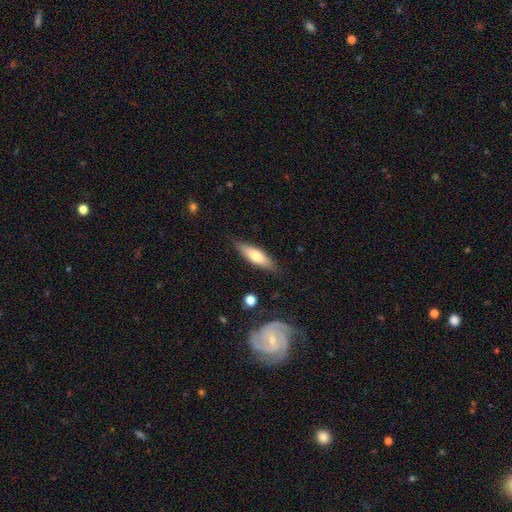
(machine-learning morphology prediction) smooth 62%, featured or disk 32%, star or artifact 6%. Down the decision tree: how rounded — cigar-shaped (52%); merging — none (81%).